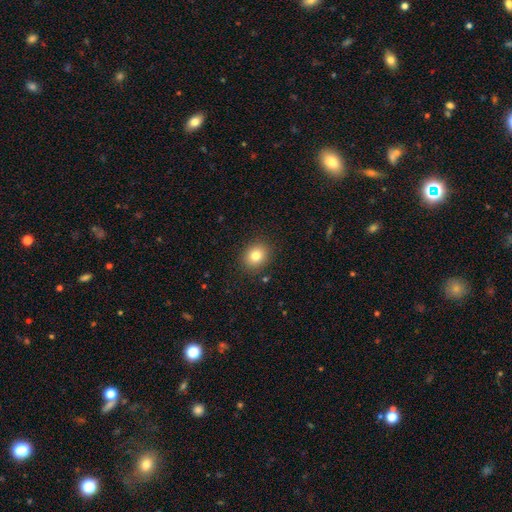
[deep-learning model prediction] A smooth galaxy with no disk features (81%) that is round (68%).

Vote fractions:
- Smooth or featured? smooth: 81% / star or artifact: 11% / featured or disk: 8%
- How rounded? round: 68% / in between: 31% / cigar-shaped: 1%
- Merging? none: 89% / minor disturbance: 8% / major disturbance: 2% / merger: 1%